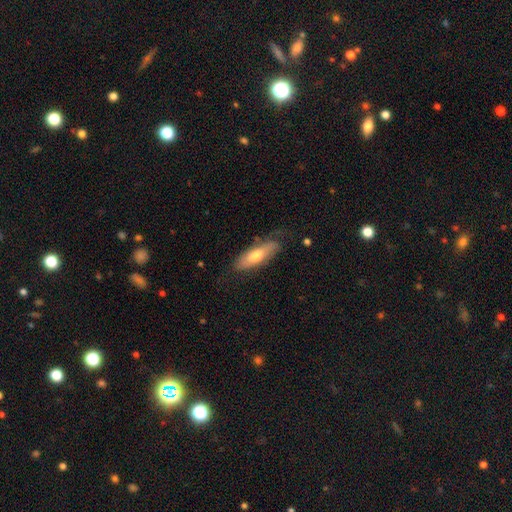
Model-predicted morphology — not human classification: smooth 60%, featured or disk 34%, star or artifact 6%. Down the decision tree: how rounded — in between (57%); merging — none (66%).